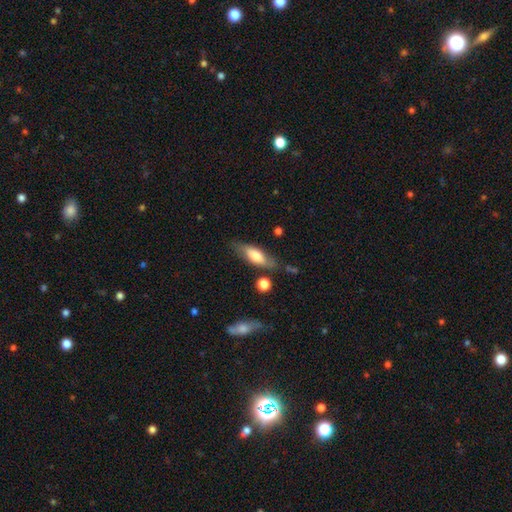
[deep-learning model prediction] Morphology: type=smooth (63%); roundness=in between (61%); merging=none (72%).